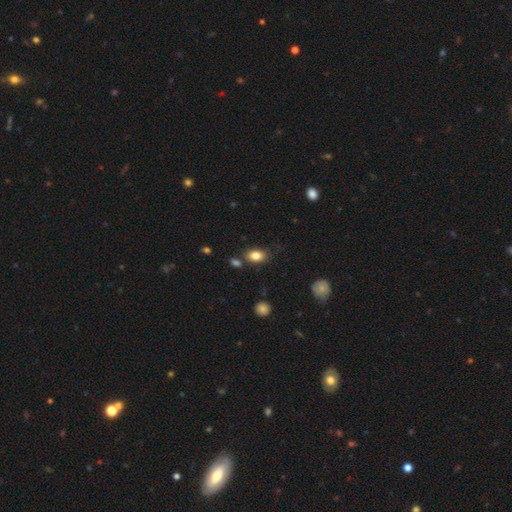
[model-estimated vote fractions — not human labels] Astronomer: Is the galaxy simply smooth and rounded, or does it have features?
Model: smooth — 82%.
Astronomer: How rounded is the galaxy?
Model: in between — 85%.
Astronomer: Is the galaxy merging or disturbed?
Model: none — 72%.